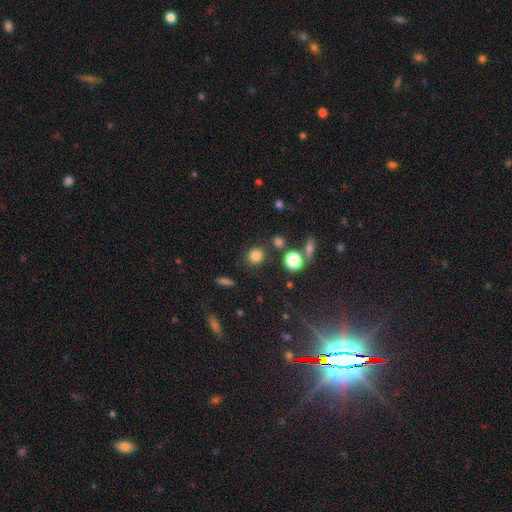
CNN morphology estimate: smooth-or-featured: smooth: 81% | star or artifact: 14% | featured or disk: 5%
  how-rounded: round: 81% | in between: 18% | cigar-shaped: 1%
  merging: none: 81% | minor disturbance: 10% | merger: 6% | major disturbance: 4%